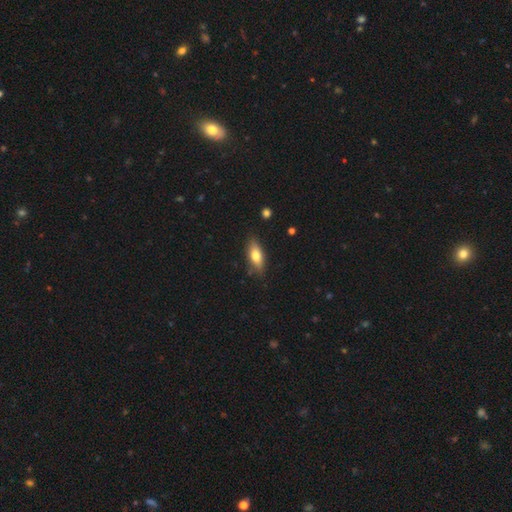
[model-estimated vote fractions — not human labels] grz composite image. It shows a smooth galaxy with no disk features (71%) that is in between round and cigar-shaped (73%). Merging: none (80%).